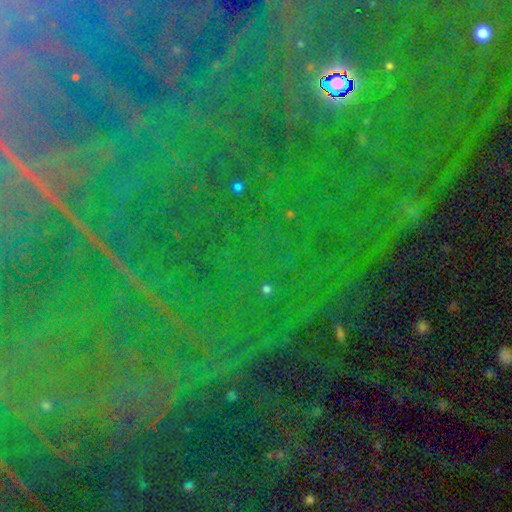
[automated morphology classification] The model was most divided on "smooth or featured": star or artifact: 85%, featured or disk: 8%, smooth: 7%.